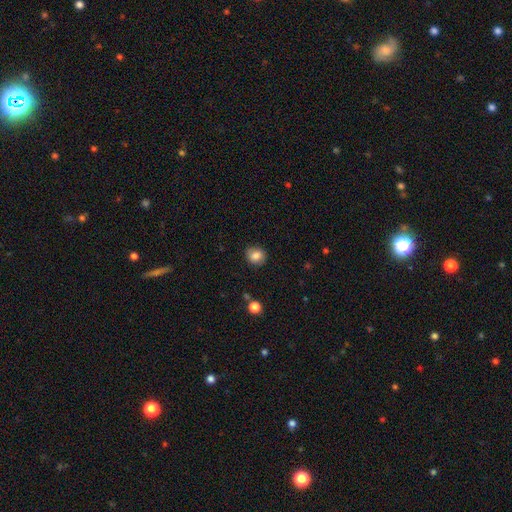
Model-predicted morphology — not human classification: A smooth galaxy with no disk features (83%) that is round (74%). Merging: none (85%).